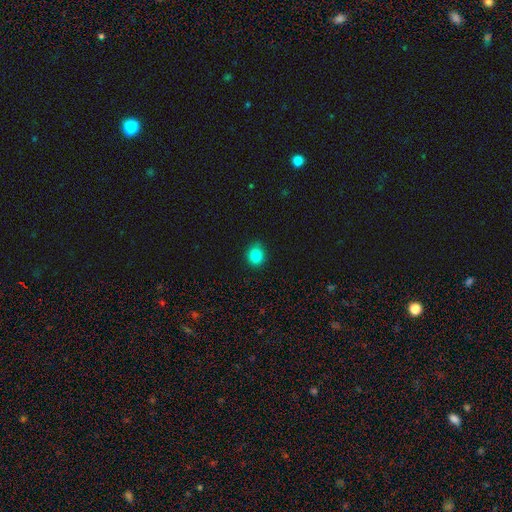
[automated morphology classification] Smooth or featured: smooth — 85% (star or artifact — 11%)
How rounded: round — 76% (in between — 23%)
Merging: none — 87% (minor disturbance — 10%)